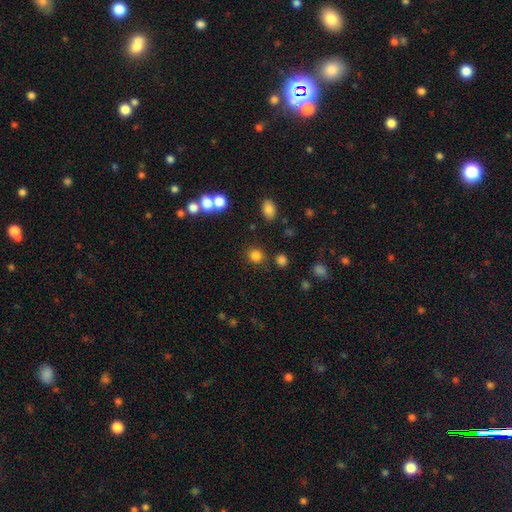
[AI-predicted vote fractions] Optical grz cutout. It shows a smooth galaxy with no disk features (81%) that is round (82%). Merging: none (82%).